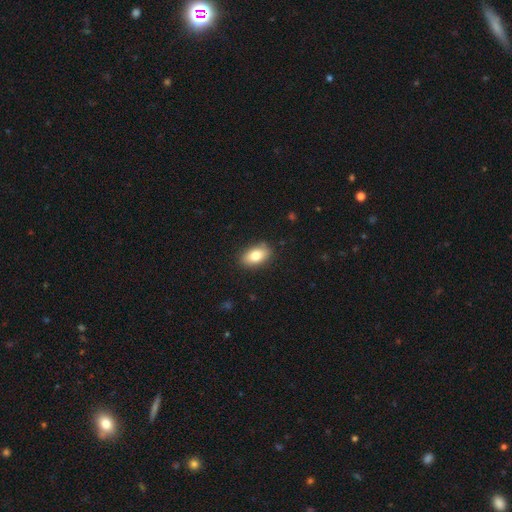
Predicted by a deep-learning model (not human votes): smooth-or-featured: smooth: 79% | featured or disk: 13% | star or artifact: 8%
  how-rounded: in between: 89% | round: 8% | cigar-shaped: 2%
  merging: none: 86% | minor disturbance: 11% | major disturbance: 2% | merger: 1%